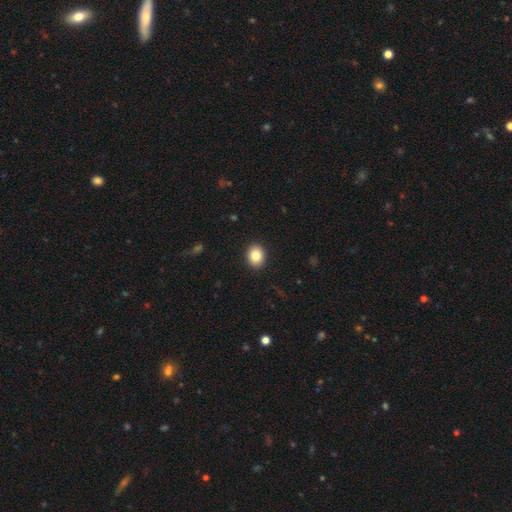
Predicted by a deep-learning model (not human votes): smooth 84%, star or artifact 9%, featured or disk 7%. Down the decision tree: how rounded — round (54%); merging — none (91%).